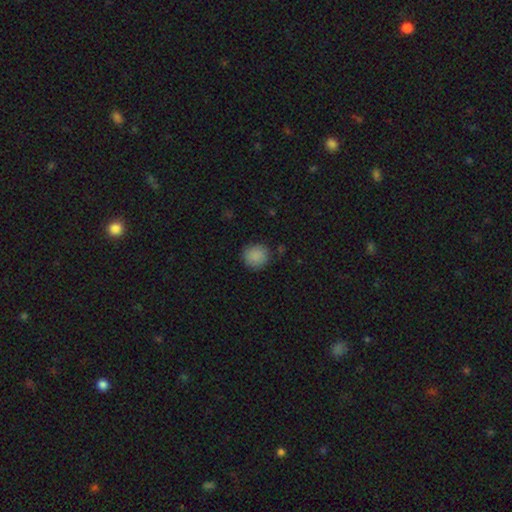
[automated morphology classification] This is clearly a smooth galaxy (88%). How rounded: clearly round (91%). Merging: clearly none (87%).